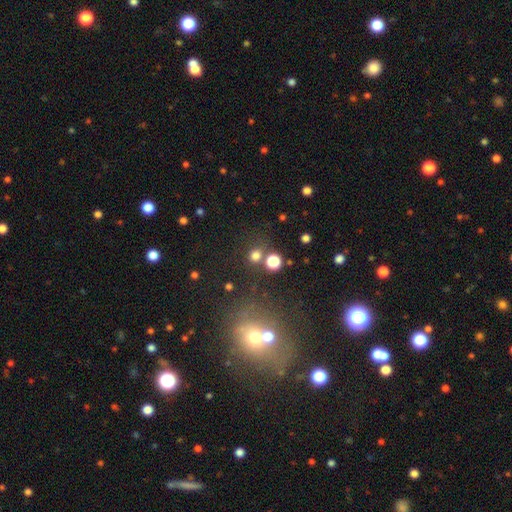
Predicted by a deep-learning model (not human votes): Smooth or featured: smooth — 73% (star or artifact — 21%)
How rounded: round — 84% (in between — 14%)
Merging: none — 75% (merger — 13%)